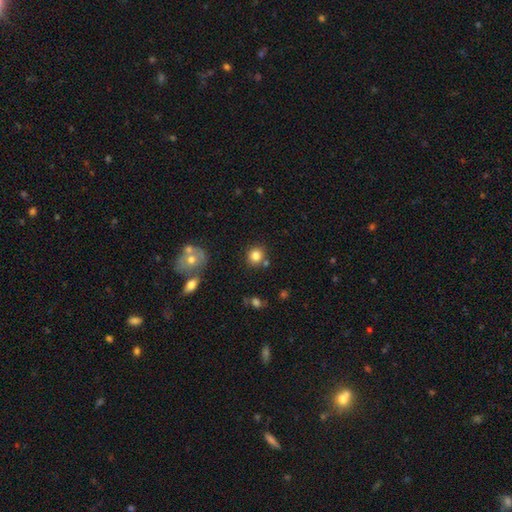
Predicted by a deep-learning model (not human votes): Smooth or featured?
  - smooth: 81% *
  - star or artifact: 11%
  - featured or disk: 8%
How rounded?
  - round: 85% *
  - in between: 14%
  - cigar-shaped: 1%
Merging?
  - none: 77% *
  - merger: 10%
  - minor disturbance: 10%
  - major disturbance: 3%